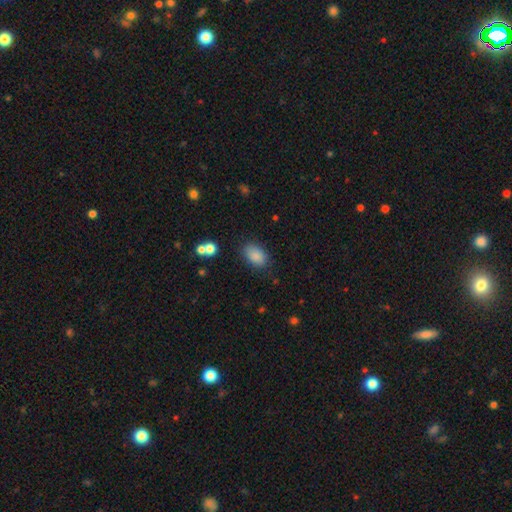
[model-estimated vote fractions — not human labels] Smooth or featured? Predicted: smooth (p=0.86). How rounded? Predicted: in between (p=0.88). Merging? Predicted: none (p=0.80).